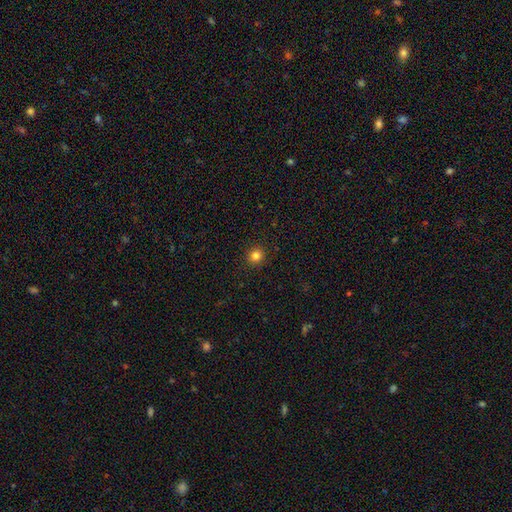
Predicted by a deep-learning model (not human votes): smooth-or-featured: smooth: 83% | star or artifact: 13% | featured or disk: 5%
  how-rounded: round: 91% | in between: 8% | cigar-shaped: 1%
  merging: none: 92% | minor disturbance: 5% | major disturbance: 2% | merger: 1%